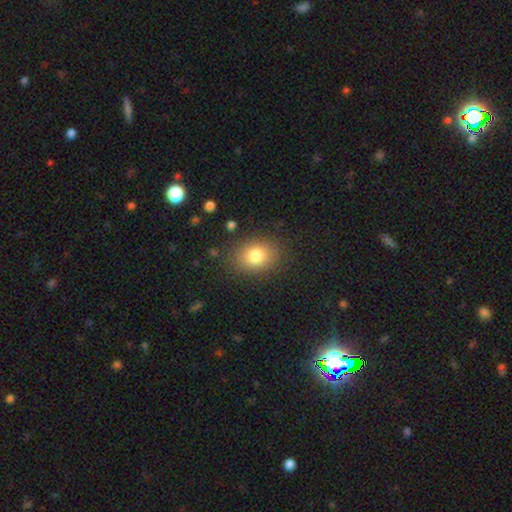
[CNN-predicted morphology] Q: Smooth or featured?
A: smooth (81%); runner-up: star or artifact (11%)
Q: How rounded?
A: in between (56%); runner-up: round (43%)
Q: Merging?
A: none (84%); runner-up: minor disturbance (10%)